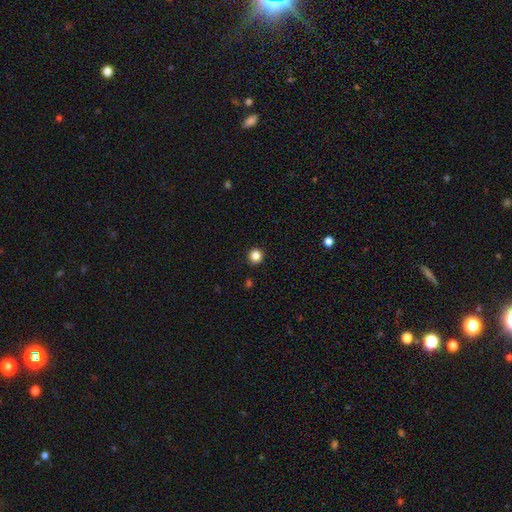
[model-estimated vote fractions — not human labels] This is clearly a smooth galaxy (85%). How rounded: clearly round (95%). Merging: clearly none (93%).